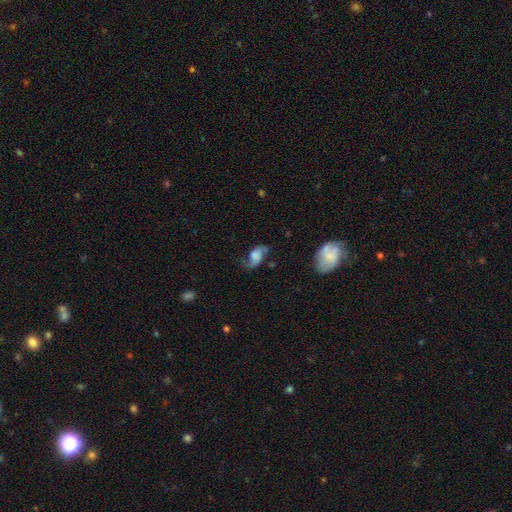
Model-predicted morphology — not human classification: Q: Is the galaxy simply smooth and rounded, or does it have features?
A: featured or disk — 69%.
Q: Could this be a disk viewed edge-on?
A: no — 96%.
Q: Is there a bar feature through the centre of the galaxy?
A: no — 59%.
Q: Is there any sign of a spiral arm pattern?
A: yes — 92%.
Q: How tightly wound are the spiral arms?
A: loose — 67%.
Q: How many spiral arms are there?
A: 2 — 87%.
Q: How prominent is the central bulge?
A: none — 28%.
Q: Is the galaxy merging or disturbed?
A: none — 58%.